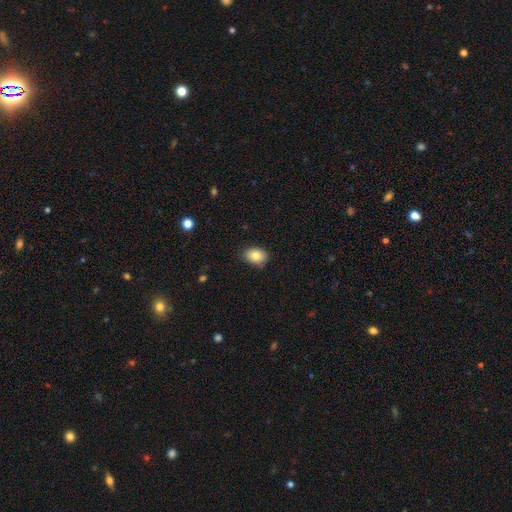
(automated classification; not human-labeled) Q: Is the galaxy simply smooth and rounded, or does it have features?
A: smooth — 81%.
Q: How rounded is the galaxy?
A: in between — 74%.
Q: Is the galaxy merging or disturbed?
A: none — 83%.